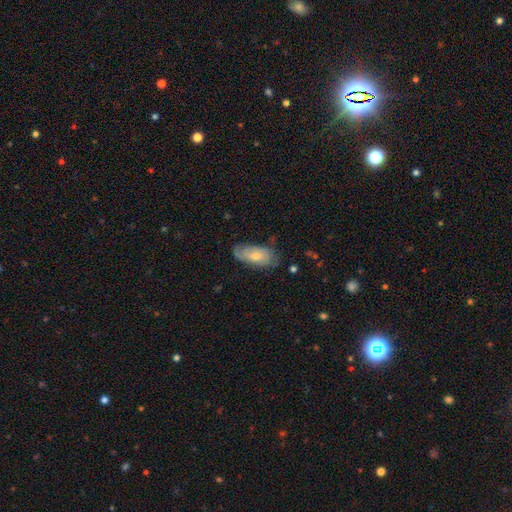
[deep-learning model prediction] Smooth or featured? featured or disk (51%)
Edge-on disk? no (87%)
Merging? none (70%)